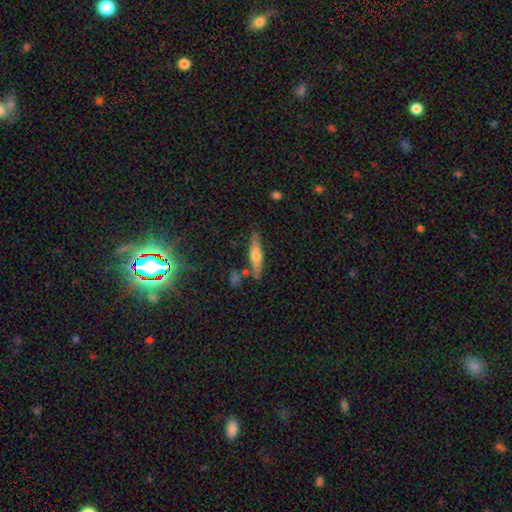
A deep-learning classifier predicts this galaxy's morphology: A featured or disk galaxy (49%).

Vote fractions:
- Smooth or featured? featured or disk: 49% / smooth: 44% / star or artifact: 7%
- Merging? none: 82% / minor disturbance: 11% / merger: 5% / major disturbance: 2%